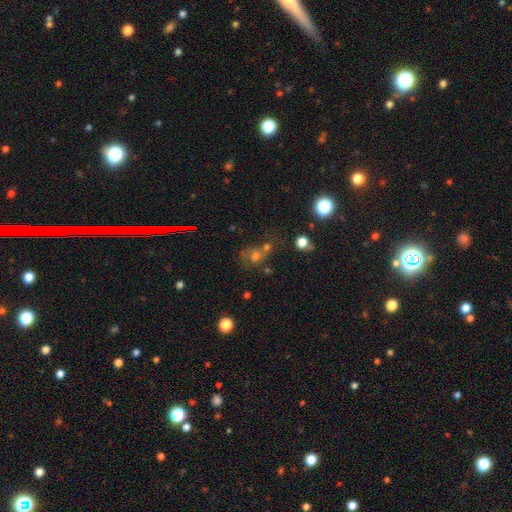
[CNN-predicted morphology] Smooth or featured: smooth — 43% (star or artifact — 32%)
Merging: none — 39% (merger — 32%)